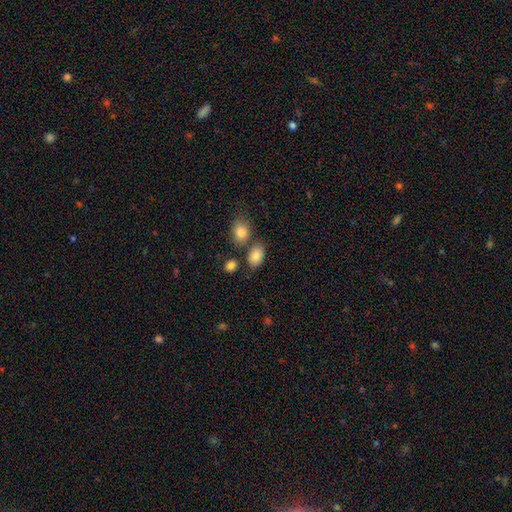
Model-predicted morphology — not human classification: Q: Smooth or featured?
A: smooth (84%); runner-up: star or artifact (9%)
Q: How rounded?
A: in between (83%); runner-up: round (16%)
Q: Merging?
A: none (67%); runner-up: merger (15%)